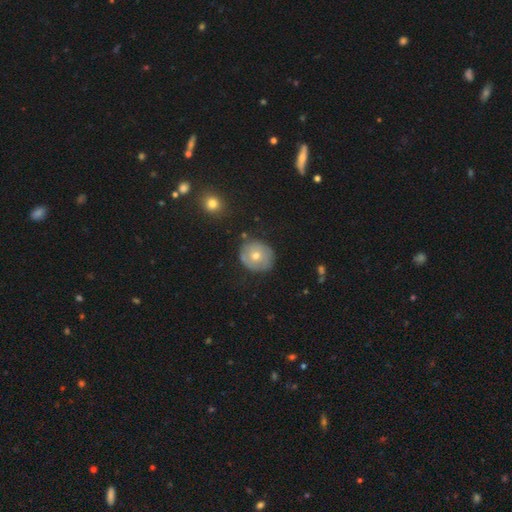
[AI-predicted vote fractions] smooth-or-featured: smooth: 53% | featured or disk: 37% | star or artifact: 10%
  how-rounded: round: 78% | in between: 21% | cigar-shaped: 1%
  merging: none: 80% | minor disturbance: 14% | major disturbance: 4% | merger: 2%